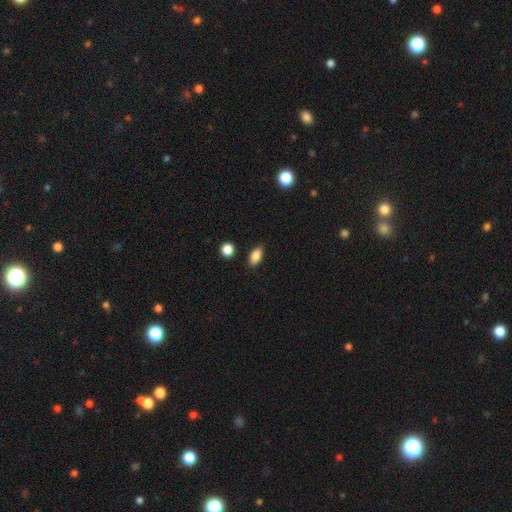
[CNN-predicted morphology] smooth 87%, star or artifact 8%, featured or disk 5%. Down the decision tree: how rounded — in between (88%); merging — none (85%).